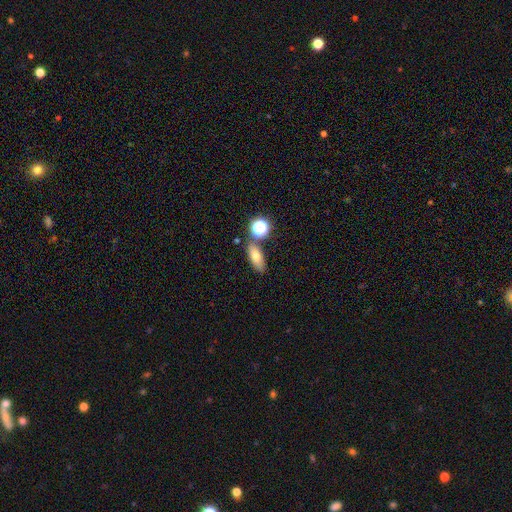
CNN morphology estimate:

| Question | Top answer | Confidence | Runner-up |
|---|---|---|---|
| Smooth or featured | smooth | 70% | featured or disk (17%) |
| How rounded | in between | 72% | cigar-shaped (18%) |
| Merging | none | 74% | minor disturbance (11%) |